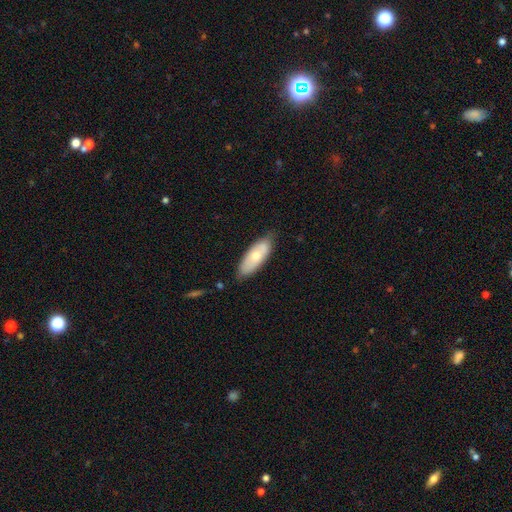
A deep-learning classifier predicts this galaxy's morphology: A smooth galaxy with no disk features (60%) that is in between round and cigar-shaped (78%). Merging: none (77%).